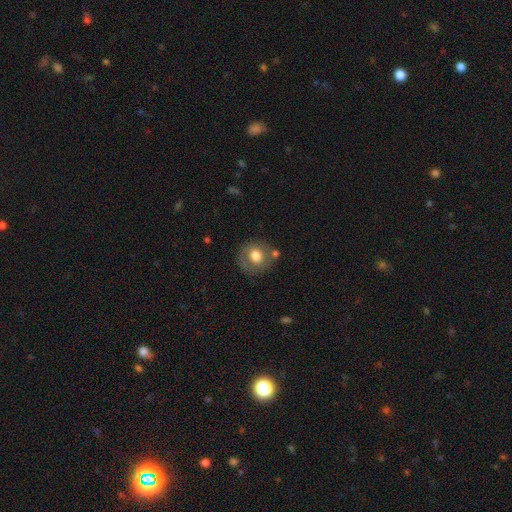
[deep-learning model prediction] Smooth or featured? smooth (68%)
How rounded? round (85%)
Merging? none (72%)